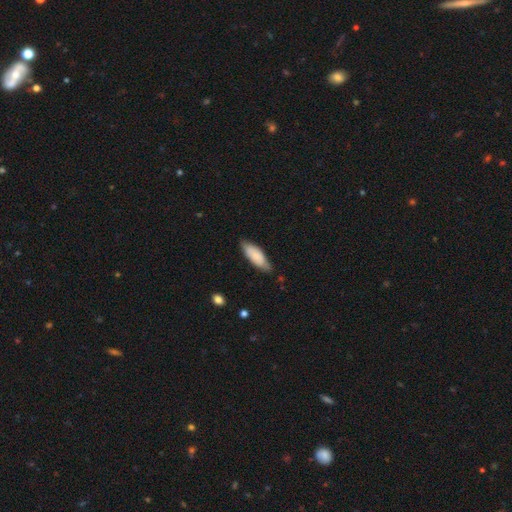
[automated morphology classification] Overall: smooth (81%). How rounded: in between (68%; cigar-shaped 30%). Merging: none (73%).